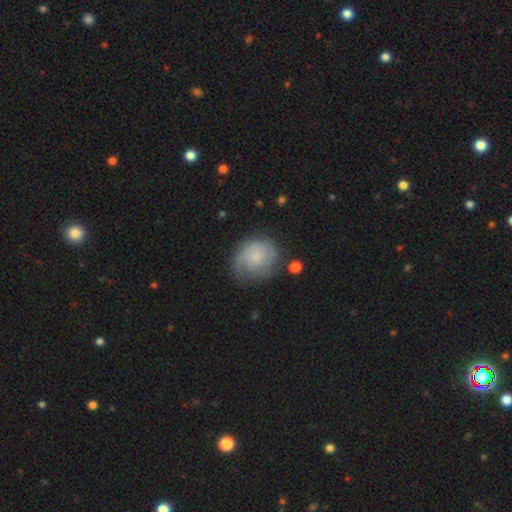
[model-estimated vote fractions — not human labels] Smooth or featured? smooth (56%)
How rounded? round (76%)
Merging? none (62%)